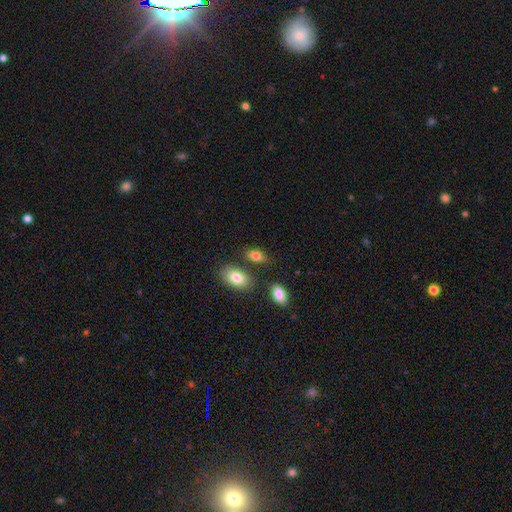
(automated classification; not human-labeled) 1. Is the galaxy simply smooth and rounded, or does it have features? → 83% smooth, 9% star or artifact, 8% featured or disk.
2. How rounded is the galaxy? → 89% in between, 9% round, 2% cigar-shaped.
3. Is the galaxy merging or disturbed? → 72% none, 14% minor disturbance, 11% merger, 4% major disturbance.